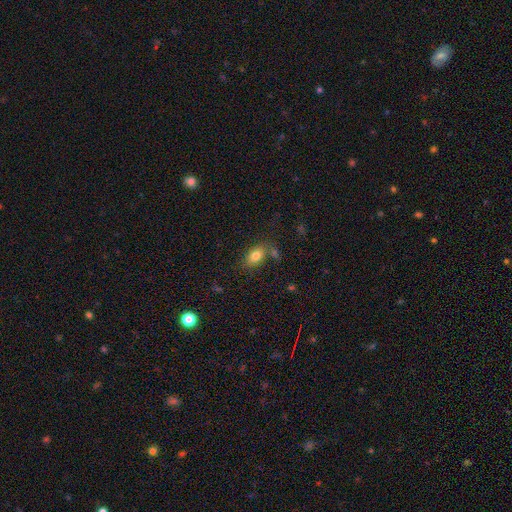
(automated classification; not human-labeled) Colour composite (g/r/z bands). It shows a smooth galaxy with no disk features (81%) that is in between round and cigar-shaped (87%). Merging: none (69%).